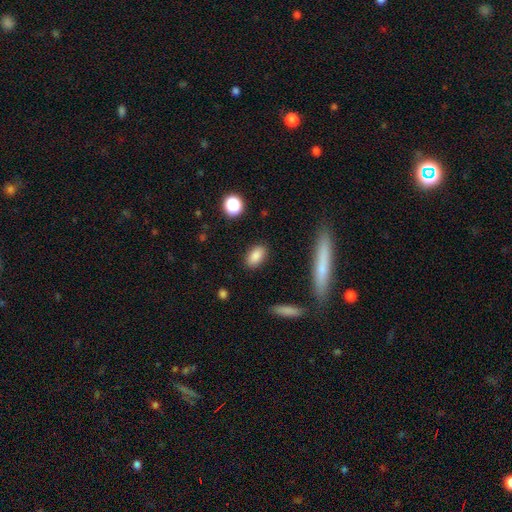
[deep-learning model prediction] smooth 86%, star or artifact 8%, featured or disk 6%. Down the decision tree: how rounded — in between (88%); merging — none (88%).